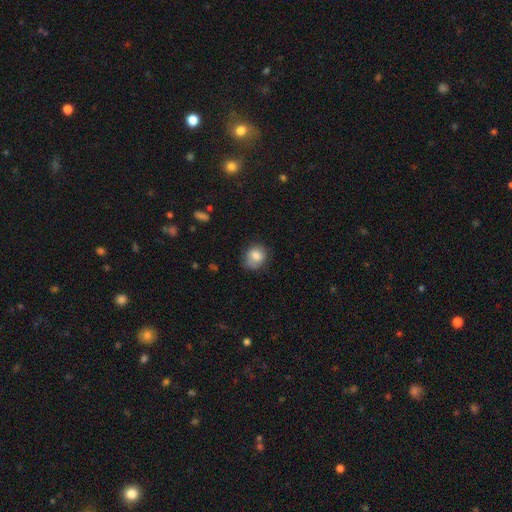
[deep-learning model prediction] This appears to be a smooth galaxy with no disk features (79%) that is round (64%). Merging: none (65%).